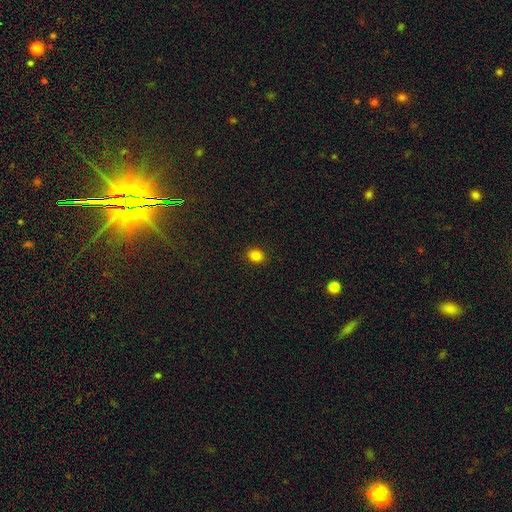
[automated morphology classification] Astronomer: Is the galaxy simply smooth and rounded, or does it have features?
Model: smooth — 82%.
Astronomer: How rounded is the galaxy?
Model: in between — 50%, tied with round at 50%.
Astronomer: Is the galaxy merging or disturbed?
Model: none — 89%.